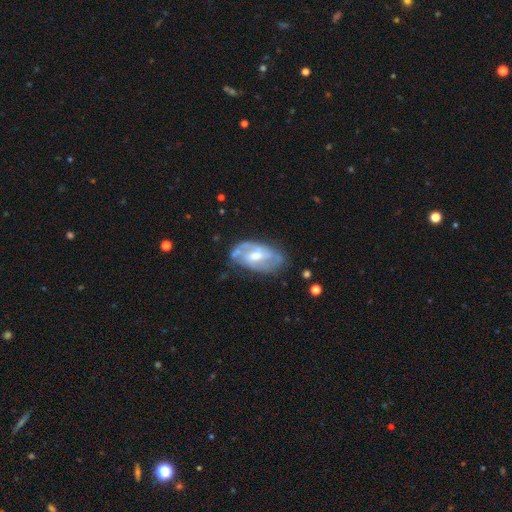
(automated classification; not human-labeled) Smooth or featured? featured or disk (80%)
Edge-on disk? no (95%)
Bar? weak (53%)
Spiral arms? yes (88%)
Spiral winding? medium (45%)
Spiral arm count? 2 (67%)
Bulge size? moderate (64%)
Merging? none (65%)